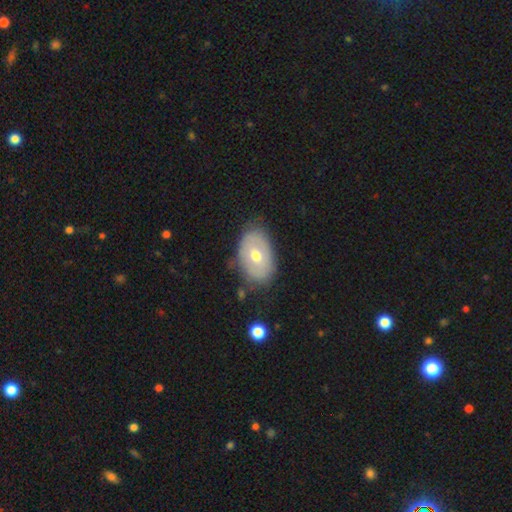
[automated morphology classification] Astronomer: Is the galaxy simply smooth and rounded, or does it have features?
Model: smooth — 49% (runner-up: featured or disk, 45%).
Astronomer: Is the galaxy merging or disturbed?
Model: none — 74%.